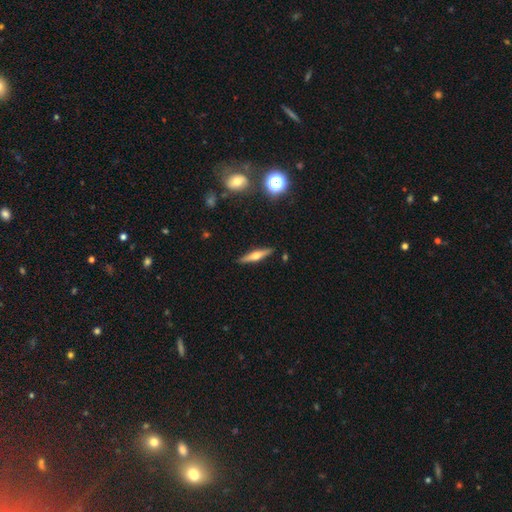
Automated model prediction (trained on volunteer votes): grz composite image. It shows a featured or disk galaxy (59%) viewed edge-on (95%) with a rounded central bulge (91%). Merging: none (90%).